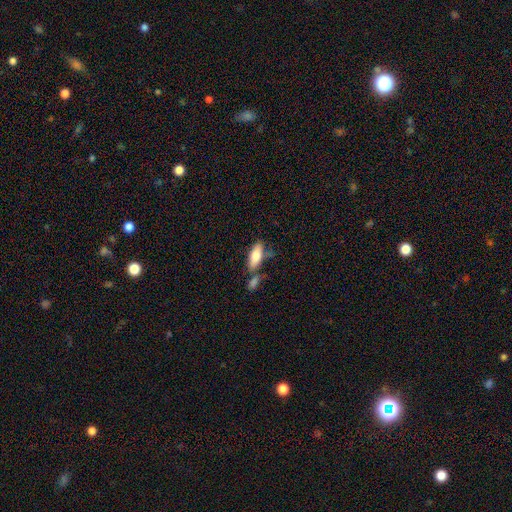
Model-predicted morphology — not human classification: Smooth or featured? smooth (76%)
How rounded? in between (76%)
Merging? none (54%)